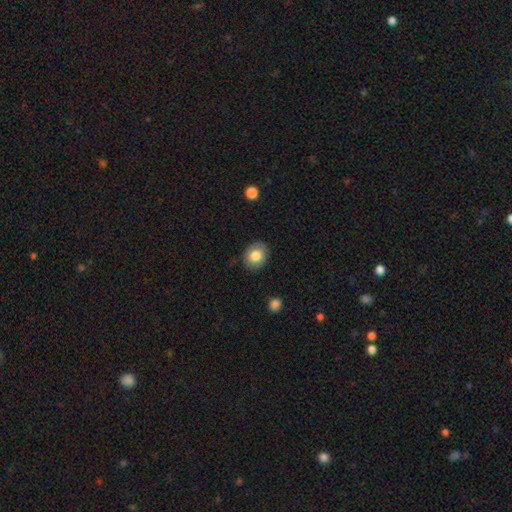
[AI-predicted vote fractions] The model was most divided on "how rounded": round: 56%, in between: 43%, cigar-shaped: 1%. More confident: merging — none (85%); smooth or featured — smooth (81%).